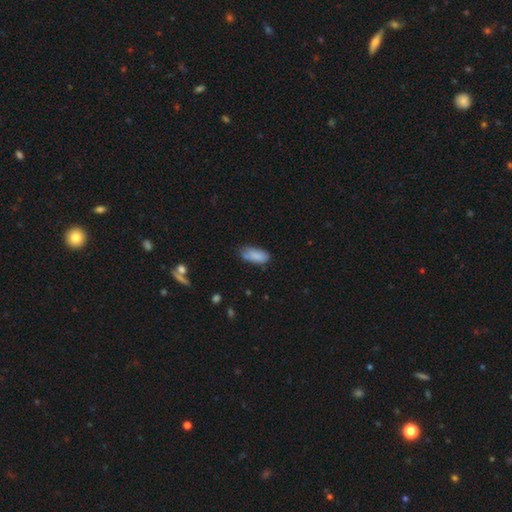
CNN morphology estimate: type=smooth (84%); roundness=in between (89%); merging=none (62%).